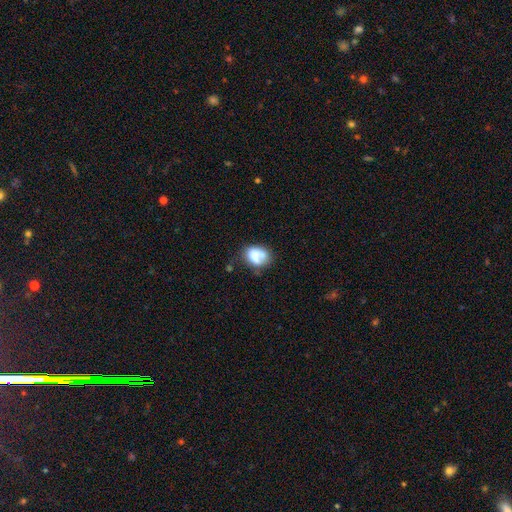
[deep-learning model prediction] Smooth or featured: smooth — 71% (featured or disk — 20%)
How rounded: in between — 64% (round — 35%)
Merging: none — 40% (minor disturbance — 28%)